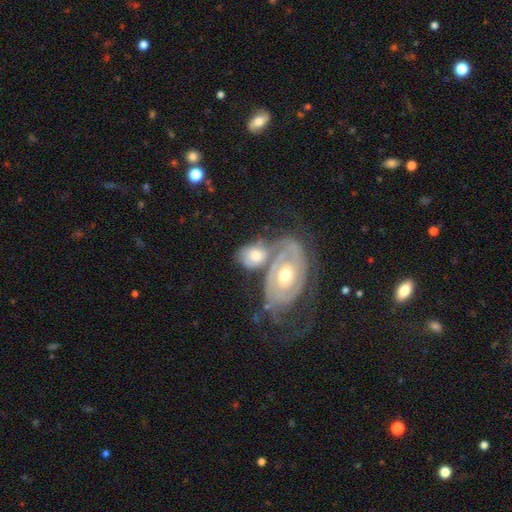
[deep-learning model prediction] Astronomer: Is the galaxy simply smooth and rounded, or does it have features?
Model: featured or disk — 61%.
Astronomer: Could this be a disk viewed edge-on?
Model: no — 95%.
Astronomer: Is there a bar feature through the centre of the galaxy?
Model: no — 76%.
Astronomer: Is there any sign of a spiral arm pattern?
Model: yes — 79%.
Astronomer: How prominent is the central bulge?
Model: moderate — 64%.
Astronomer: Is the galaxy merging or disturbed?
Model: merger — 49% (runner-up: none, 28%).